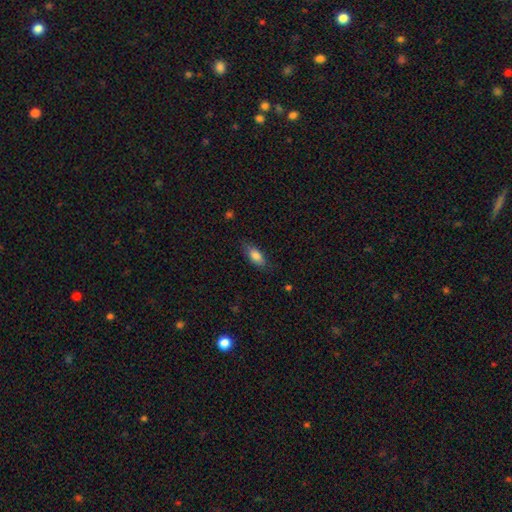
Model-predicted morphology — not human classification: The model was most divided on "merging": none: 78%, minor disturbance: 17%, major disturbance: 4%, merger: 1%. More confident: how rounded — in between (82%); smooth or featured — smooth (82%).